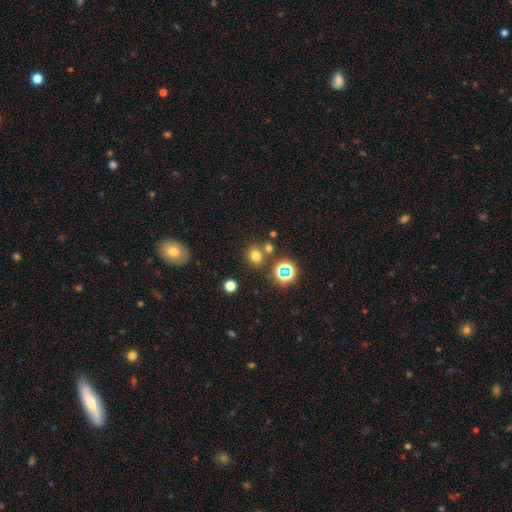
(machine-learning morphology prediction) A smooth galaxy with no disk features (69%) that is round (65%).

Vote fractions:
- Smooth or featured? smooth: 69% / star or artifact: 23% / featured or disk: 8%
- How rounded? round: 65% / in between: 34% / cigar-shaped: 1%
- Merging? none: 71% / merger: 15% / minor disturbance: 11% / major disturbance: 4%